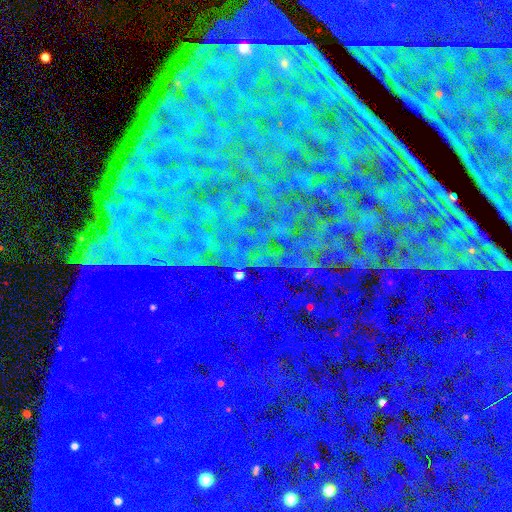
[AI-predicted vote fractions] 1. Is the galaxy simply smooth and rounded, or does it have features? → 86% star or artifact, 8% smooth, 7% featured or disk.